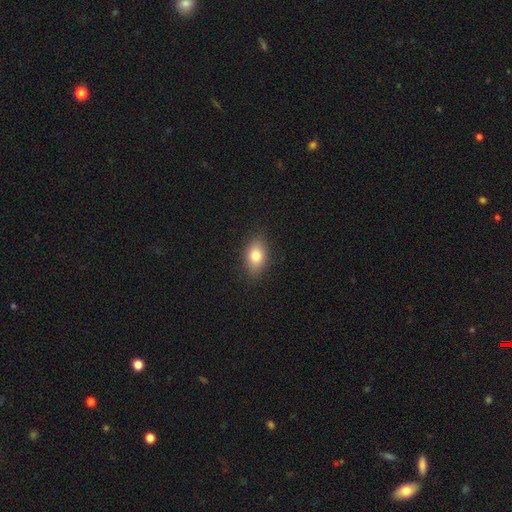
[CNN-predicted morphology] smooth_or_featured: smooth (p=0.79) [alt: featured or disk p=0.12]
how_rounded: in between (p=0.82) [alt: round p=0.15]
merging: none (p=0.86) [alt: minor disturbance p=0.10]